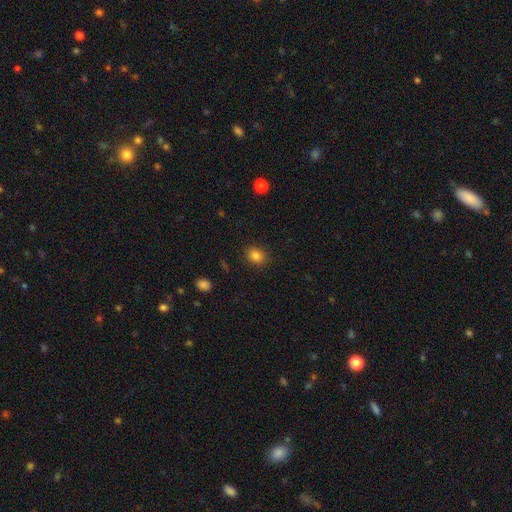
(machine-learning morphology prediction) The model was most divided on "how rounded": round: 60%, in between: 39%, cigar-shaped: 1%. More confident: merging — none (88%); smooth or featured — smooth (83%).